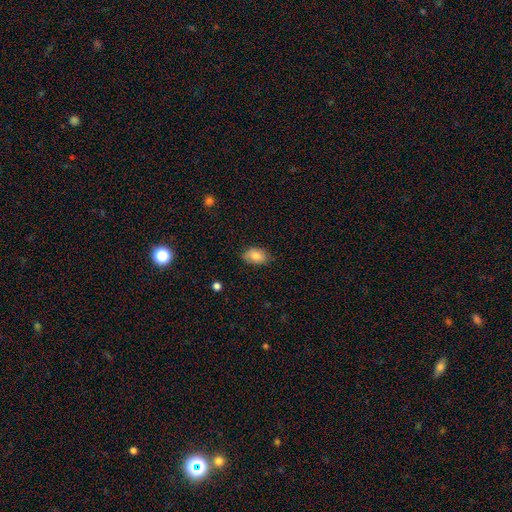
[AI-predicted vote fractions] Smooth or featured?
  - smooth: 81% *
  - featured or disk: 12%
  - star or artifact: 7%
How rounded?
  - in between: 89% *
  - round: 10%
  - cigar-shaped: 1%
Merging?
  - none: 76% *
  - minor disturbance: 19%
  - major disturbance: 3%
  - merger: 1%